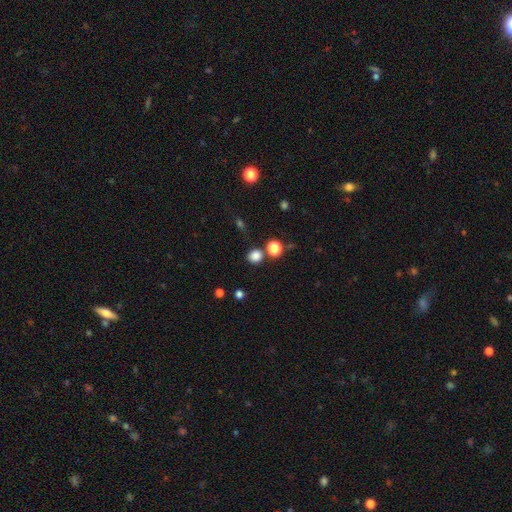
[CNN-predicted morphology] Smooth or featured? smooth (81%)
How rounded? round (81%)
Merging? none (77%)